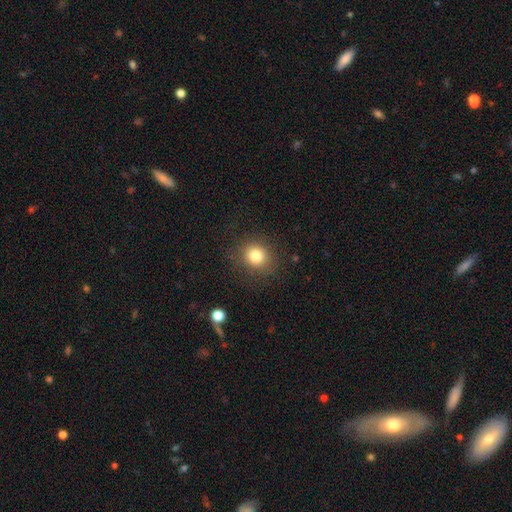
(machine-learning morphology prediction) smooth 81%, star or artifact 12%, featured or disk 7%. Down the decision tree: how rounded — round (80%); merging — none (86%).